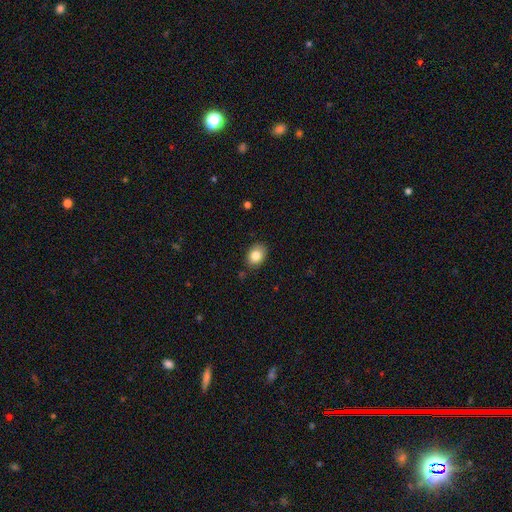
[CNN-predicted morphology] This is clearly a smooth galaxy (84%). How rounded: likely in between (69%). Merging: clearly none (85%).